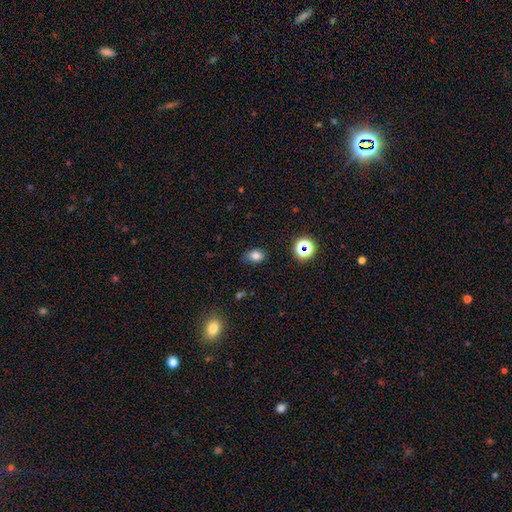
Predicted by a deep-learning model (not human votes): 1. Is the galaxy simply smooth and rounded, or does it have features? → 78% smooth, 15% star or artifact, 7% featured or disk.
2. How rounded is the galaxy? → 75% in between, 23% round, 1% cigar-shaped.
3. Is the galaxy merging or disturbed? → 76% none, 19% minor disturbance, 4% major disturbance, 2% merger.